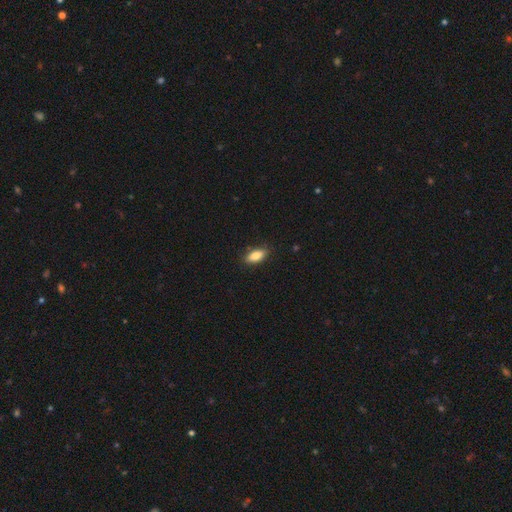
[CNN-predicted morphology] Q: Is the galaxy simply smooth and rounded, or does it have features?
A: smooth — 84%.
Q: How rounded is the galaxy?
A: in between — 83%.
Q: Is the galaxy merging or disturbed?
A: none — 84%.